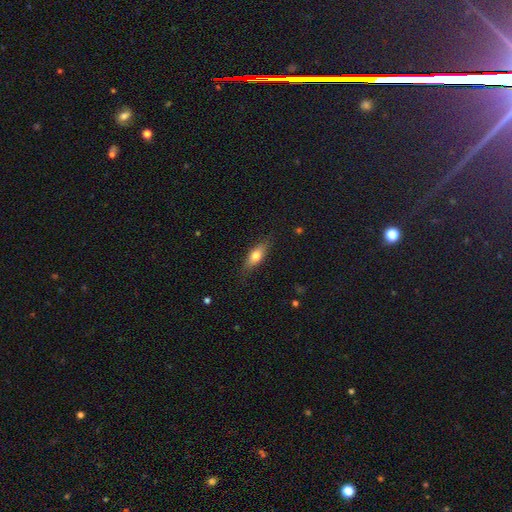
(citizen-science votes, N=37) Smooth or featured?
  - smooth: 73% *
  - featured or disk: 24%
  - star or artifact: 3%
How rounded?
  - in between: 67% *
  - cigar-shaped: 33%
  - round: 0%
Merging?
  - none: 81% *
  - minor disturbance: 11%
  - major disturbance: 6%
  - merger: 3%